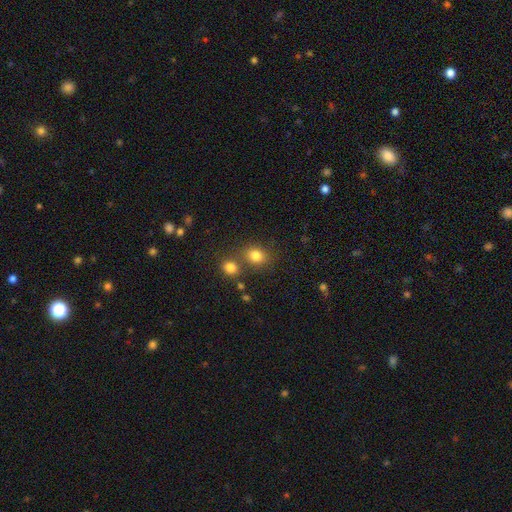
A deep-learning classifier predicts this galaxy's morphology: A smooth galaxy with no disk features (80%) that is round (68%).

Vote fractions:
- Smooth or featured? smooth: 80% / star or artifact: 13% / featured or disk: 7%
- How rounded? round: 68% / in between: 31% / cigar-shaped: 1%
- Merging? none: 66% / merger: 21% / minor disturbance: 10% / major disturbance: 4%